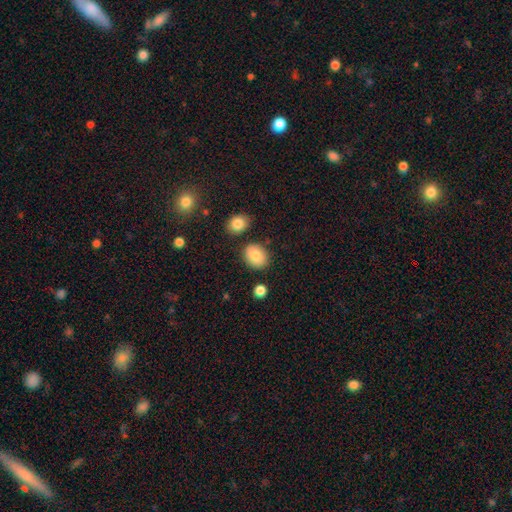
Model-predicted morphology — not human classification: This is clearly a smooth galaxy (85%). How rounded: possibly in between (52%). Merging: clearly none (82%).